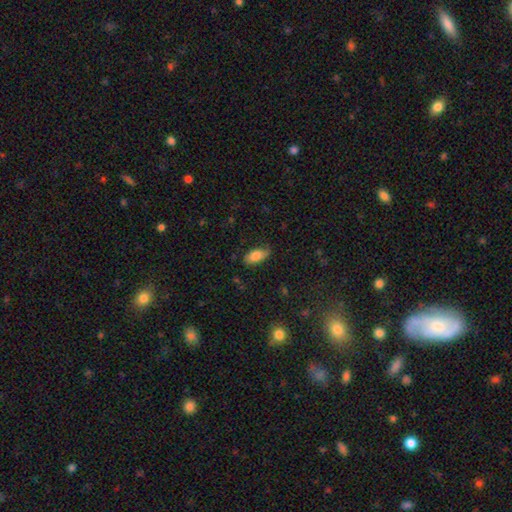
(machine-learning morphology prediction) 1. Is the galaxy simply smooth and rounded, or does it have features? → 80% smooth, 12% featured or disk, 7% star or artifact.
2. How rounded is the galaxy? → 89% in between, 9% cigar-shaped, 3% round.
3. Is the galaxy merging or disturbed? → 75% none, 19% minor disturbance, 4% major disturbance, 1% merger.